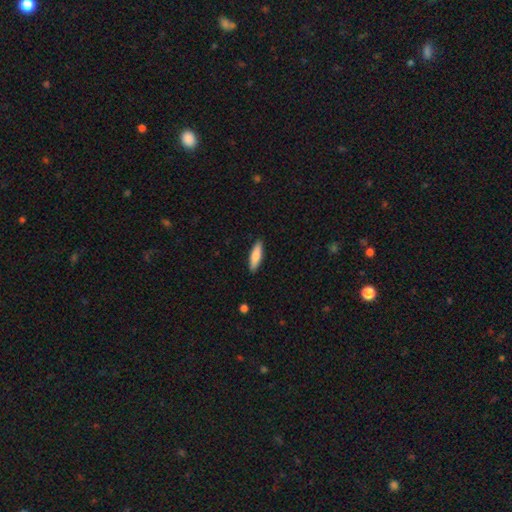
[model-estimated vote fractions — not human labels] Morphology: type=smooth (76%); roundness=cigar-shaped (63%); merging=none (90%).